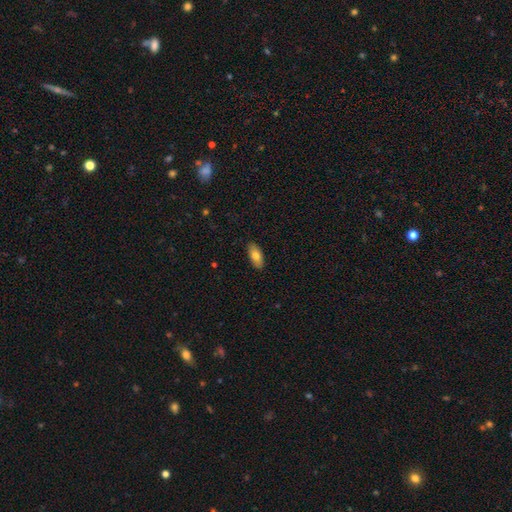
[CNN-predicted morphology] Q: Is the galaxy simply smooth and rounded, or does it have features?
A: smooth — 76%.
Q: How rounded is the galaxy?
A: in between — 86%.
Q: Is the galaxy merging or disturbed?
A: none — 89%.